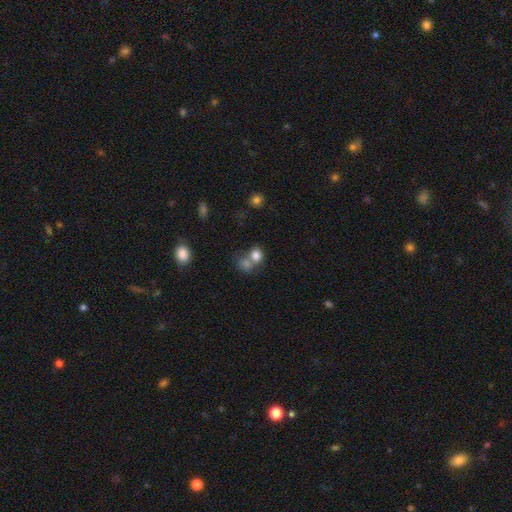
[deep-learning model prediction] smooth 79%, star or artifact 12%, featured or disk 9%. Down the decision tree: how rounded — round (67%); merging — merger (45%).